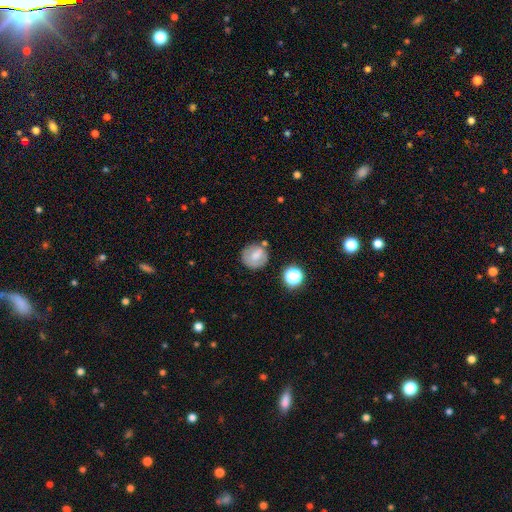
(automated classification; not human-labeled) Smooth or featured? Predicted: smooth (p=0.64). How rounded? Predicted: round (p=0.85). Merging? Predicted: none (p=0.70).